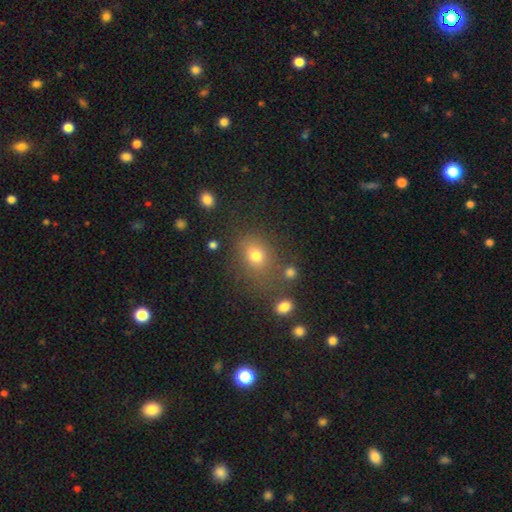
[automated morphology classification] A smooth galaxy with no disk features (72%) that is round (54%).

Vote fractions:
- Smooth or featured? smooth: 72% / star or artifact: 17% / featured or disk: 10%
- How rounded? round: 54% / in between: 44% / cigar-shaped: 1%
- Merging? none: 68% / minor disturbance: 14% / merger: 10% / major disturbance: 8%